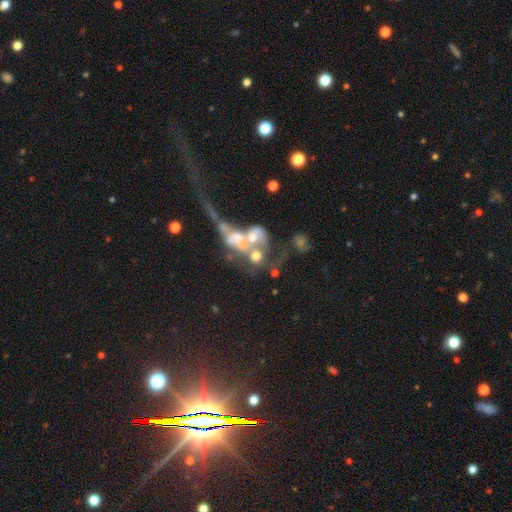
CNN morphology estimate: A featured or disk galaxy (51%). Merging: merger (66%).